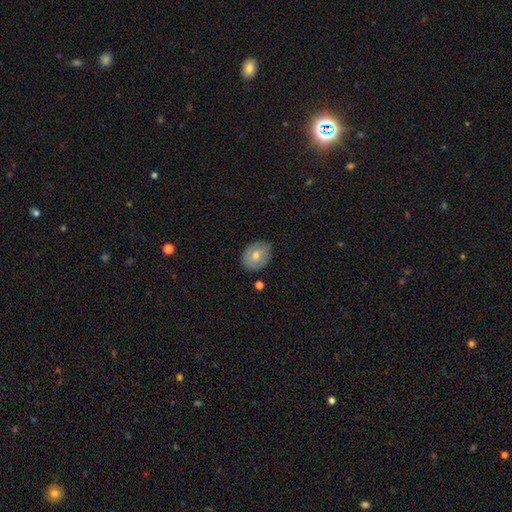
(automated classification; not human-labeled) smooth 69%, featured or disk 24%, star or artifact 7%. Down the decision tree: how rounded — in between (63%); merging — none (76%).